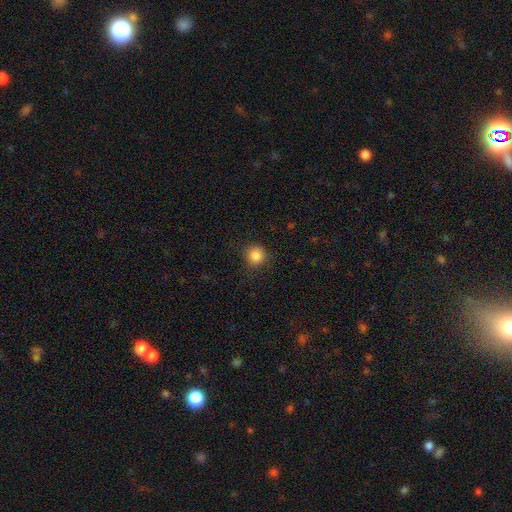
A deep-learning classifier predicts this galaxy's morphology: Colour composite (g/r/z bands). It shows a smooth galaxy with no disk features (85%) that is round (93%). Merging: none (87%).